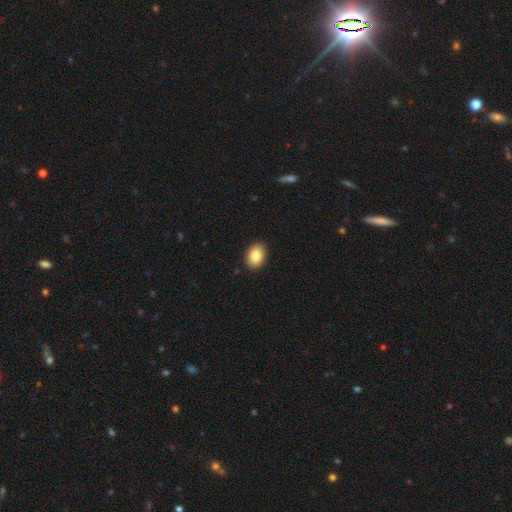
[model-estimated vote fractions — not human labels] Overall: smooth (85%). How rounded: in between (75%). Merging: none (90%).